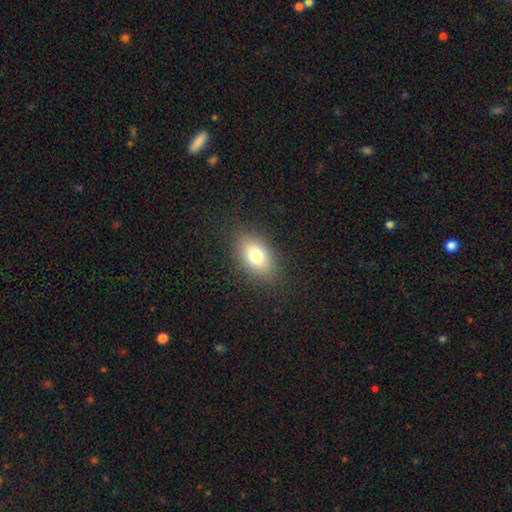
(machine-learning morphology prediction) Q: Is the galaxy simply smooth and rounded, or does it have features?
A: smooth — 77%.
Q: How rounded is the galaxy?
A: in between — 86%.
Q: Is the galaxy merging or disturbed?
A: none — 84%.